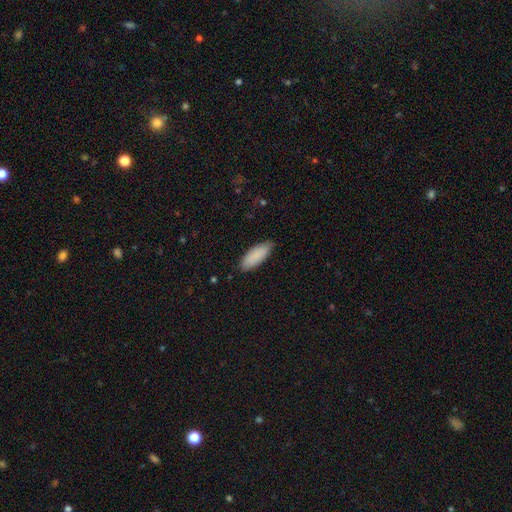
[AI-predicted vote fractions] A smooth galaxy with no disk features (89%) that is in between round and cigar-shaped (75%).

Vote fractions:
- Smooth or featured? smooth: 89% / featured or disk: 6% / star or artifact: 6%
- How rounded? in between: 75% / cigar-shaped: 24% / round: 1%
- Merging? none: 82% / minor disturbance: 15% / major disturbance: 2% / merger: 1%